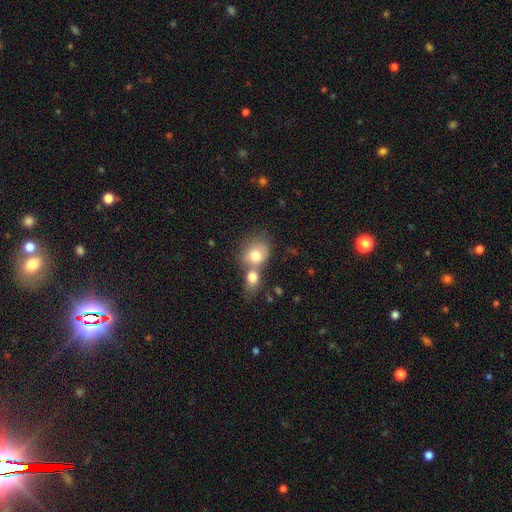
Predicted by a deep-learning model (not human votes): This is likely a smooth galaxy (77%). How rounded: possibly round (58%). Merging: likely merger (61%).